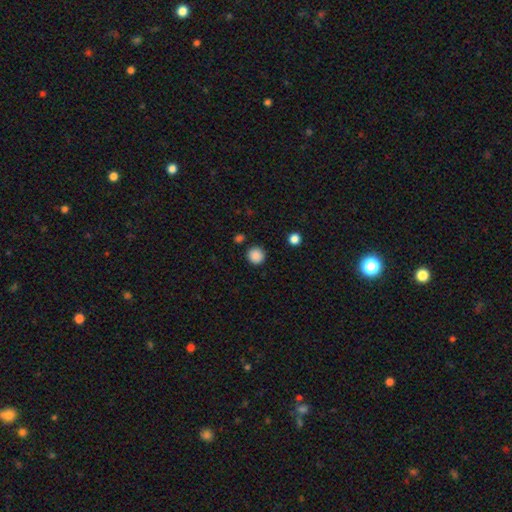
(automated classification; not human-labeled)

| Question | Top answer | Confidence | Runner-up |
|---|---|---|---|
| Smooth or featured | smooth | 87% | star or artifact (10%) |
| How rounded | round | 94% | in between (5%) |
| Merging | none | 89% | minor disturbance (6%) |